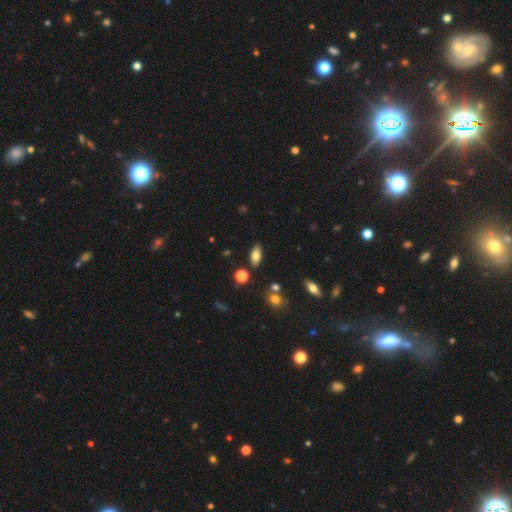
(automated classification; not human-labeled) The model was most divided on "smooth or featured": smooth: 75%, featured or disk: 17%, star or artifact: 9%. More confident: how rounded — in between (85%); merging — none (83%).